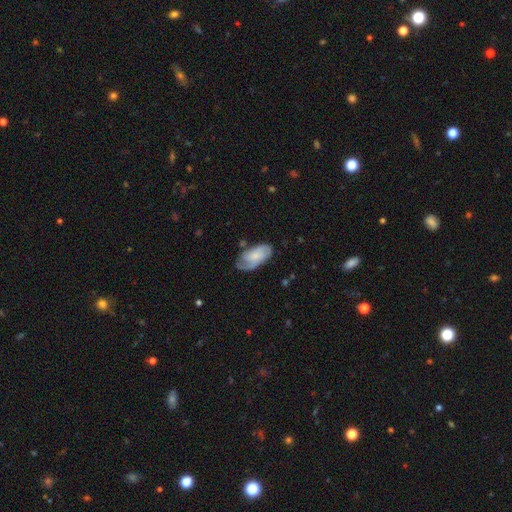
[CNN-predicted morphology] type=featured or disk (55%); edge-on=no (94%); bar=no (66%); spiral arms=yes (88%); bulge=small (53%); merging=none (59%).